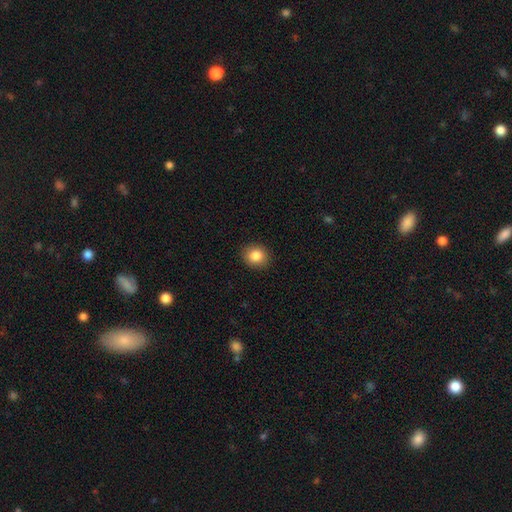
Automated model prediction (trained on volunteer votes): smooth 85%, star or artifact 9%, featured or disk 6%. Down the decision tree: how rounded — round (73%); merging — none (90%).